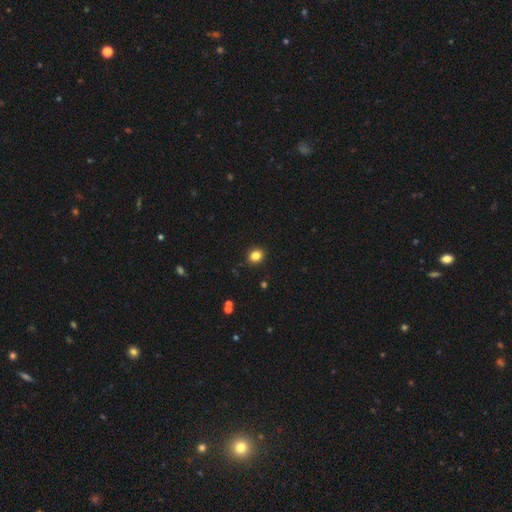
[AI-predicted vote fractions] A smooth galaxy with no disk features (83%) that is round (65%). Merging: none (90%).